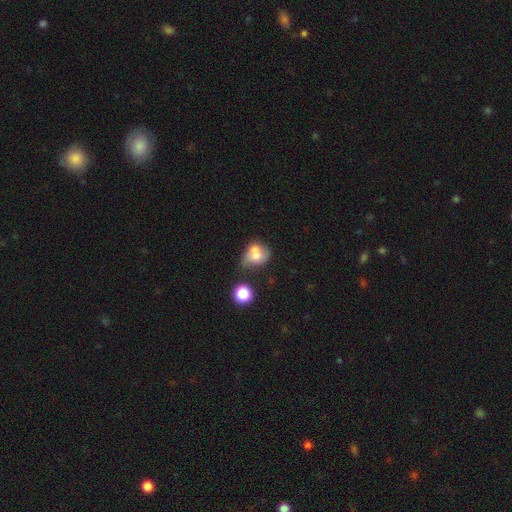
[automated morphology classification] Smooth or featured: smooth — 65% (featured or disk — 24%)
How rounded: round — 56% (in between — 43%)
Merging: merger — 43% (none — 28%)